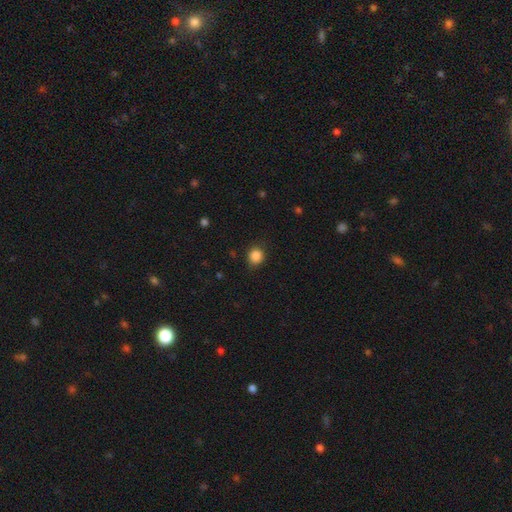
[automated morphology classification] Smooth or featured? Predicted: smooth (p=0.86). How rounded? Predicted: round (p=0.80). Merging? Predicted: none (p=0.83).